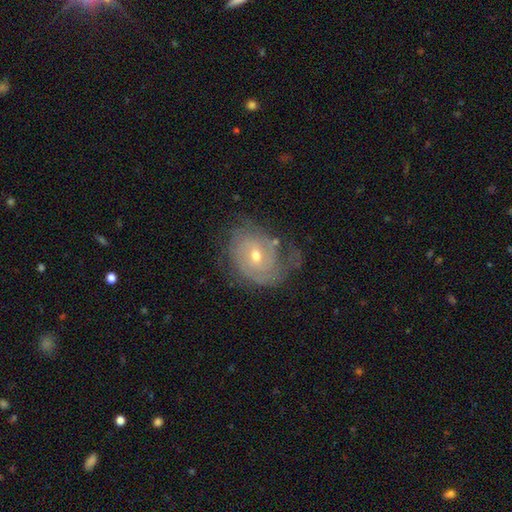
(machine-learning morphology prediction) smooth_or_featured: featured or disk (p=0.74) [alt: smooth p=0.18]
disk_edge_on: no (p=0.96) [alt: yes p=0.04]
bar: no (p=0.65) [alt: weak p=0.30]
has_spiral_arms: yes (p=0.84) [alt: no p=0.16]
spiral_winding: tight (p=0.63) [alt: medium p=0.26]
spiral_arm_count: can't tell (p=0.45) [alt: 2 p=0.27]
bulge_size: moderate (p=0.53) [alt: small p=0.44]
merging: none (p=0.55) [alt: minor disturbance p=0.26]